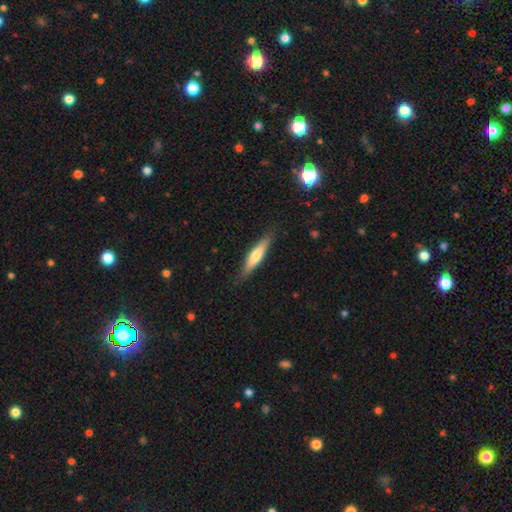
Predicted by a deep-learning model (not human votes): smooth_or_featured: smooth (p=0.56) [alt: featured or disk p=0.39]
how_rounded: cigar-shaped (p=0.83) [alt: in between p=0.16]
merging: none (p=0.85) [alt: minor disturbance p=0.12]